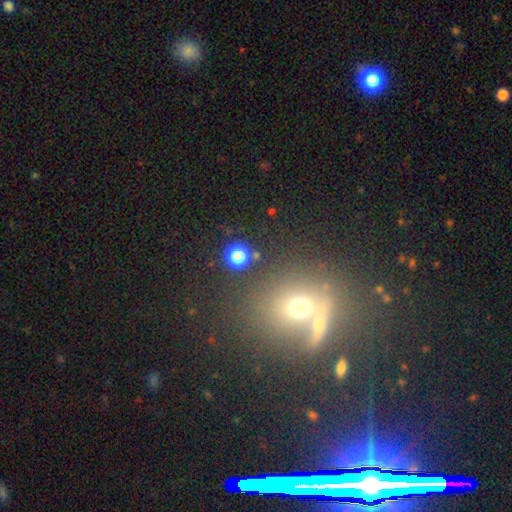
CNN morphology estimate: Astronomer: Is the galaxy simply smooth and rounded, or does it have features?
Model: smooth — 62%.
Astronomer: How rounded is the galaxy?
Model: round — 78%.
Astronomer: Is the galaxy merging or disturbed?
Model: none — 70%.